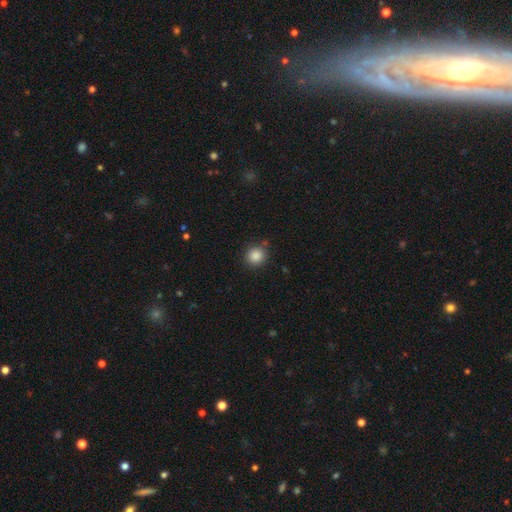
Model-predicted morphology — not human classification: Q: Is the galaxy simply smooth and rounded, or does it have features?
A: smooth — 86%.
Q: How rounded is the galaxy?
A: round — 88%.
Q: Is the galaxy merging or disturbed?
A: none — 83%.